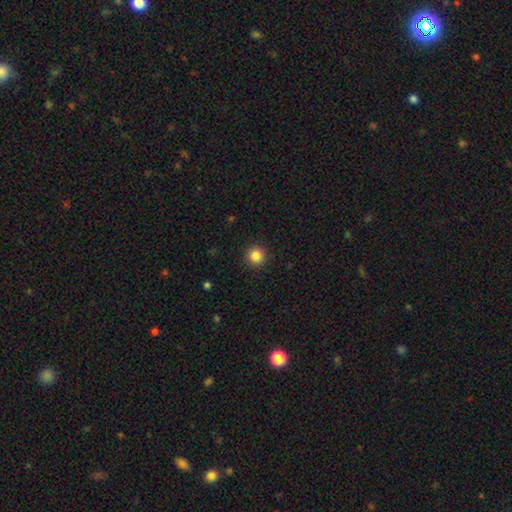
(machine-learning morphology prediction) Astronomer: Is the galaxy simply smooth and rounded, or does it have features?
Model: smooth — 86%.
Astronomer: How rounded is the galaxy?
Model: round — 95%.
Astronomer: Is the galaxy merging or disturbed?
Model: none — 92%.